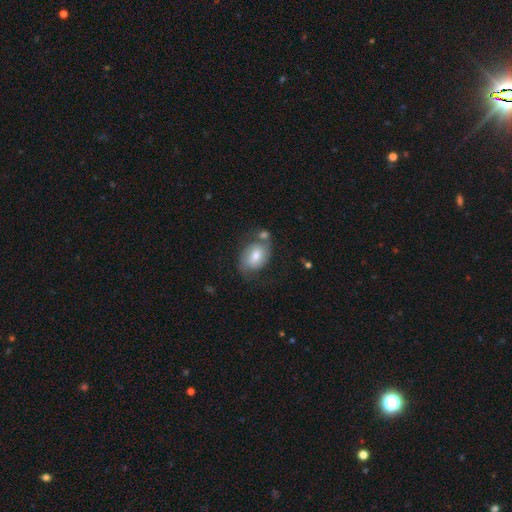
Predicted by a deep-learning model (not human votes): This appears to be a smooth galaxy with no disk features (55%) that is in between round and cigar-shaped (73%). Merging: none (50%).